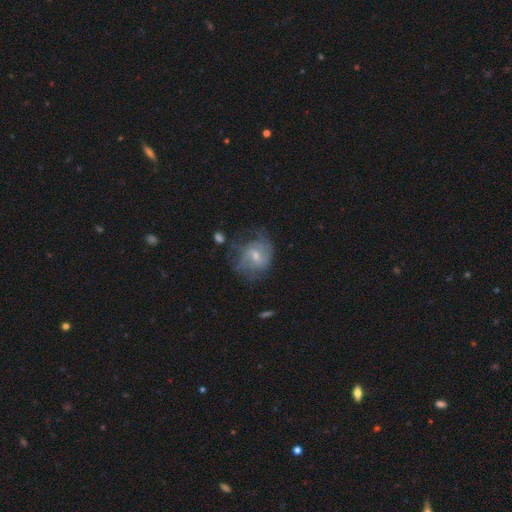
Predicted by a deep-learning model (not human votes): This is likely a featured or disk galaxy (67%). It is clearly not viewed edge-on (97%). Bar: possibly weak (47%). Spiral arm pattern: likely yes (80%). Spiral arm count: marginally can't tell (44%). Spiral winding: marginally medium (42%). Central bulge: possibly small (49%). Merging: possibly none (57%).